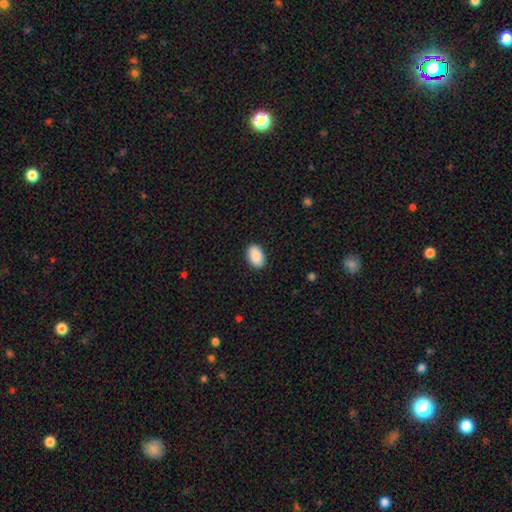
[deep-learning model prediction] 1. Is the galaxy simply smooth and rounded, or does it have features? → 91% smooth, 6% star or artifact, 2% featured or disk.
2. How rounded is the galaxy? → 92% in between, 7% round, 1% cigar-shaped.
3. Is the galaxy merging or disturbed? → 90% none, 7% minor disturbance, 2% major disturbance, 1% merger.